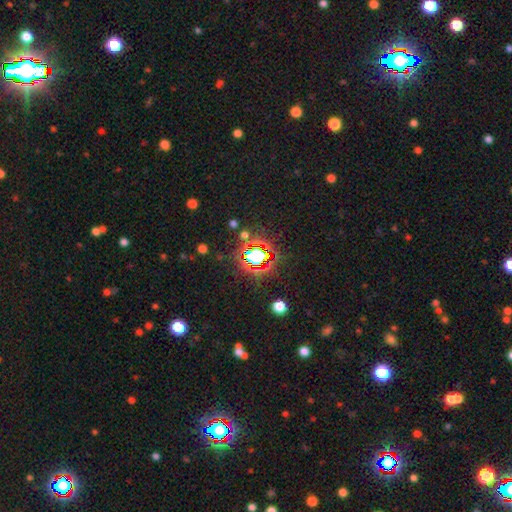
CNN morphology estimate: Q: Smooth or featured?
A: star or artifact (70%); runner-up: smooth (18%)